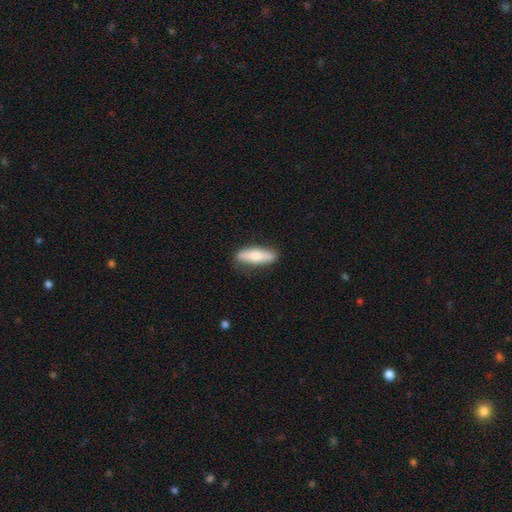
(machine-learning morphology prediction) Smooth or featured? Predicted: smooth (p=0.61). How rounded? Predicted: cigar-shaped (p=0.59). Merging? Predicted: none (p=0.86).